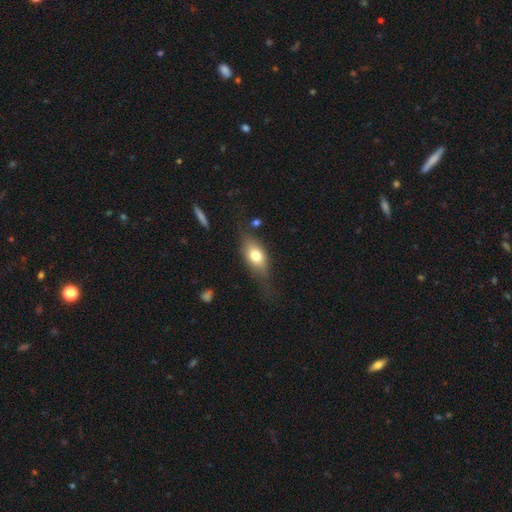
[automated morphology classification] smooth 69%, featured or disk 24%, star or artifact 7%. Down the decision tree: how rounded — in between (79%); merging — none (60%).